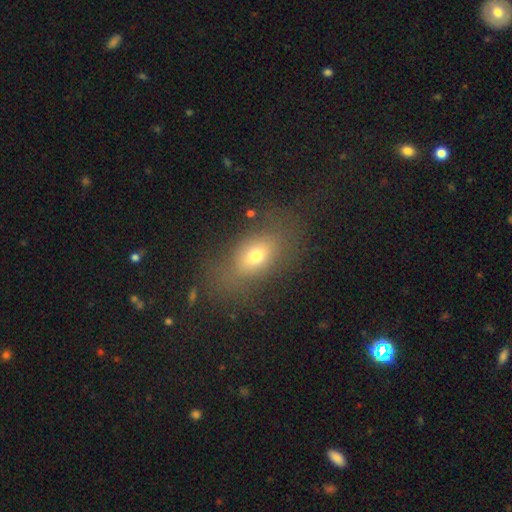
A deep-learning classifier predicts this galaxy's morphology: smooth-or-featured: smooth: 67% | featured or disk: 19% | star or artifact: 14%
  how-rounded: in between: 77% | round: 18% | cigar-shaped: 5%
  merging: none: 65% | minor disturbance: 19% | major disturbance: 14% | merger: 3%